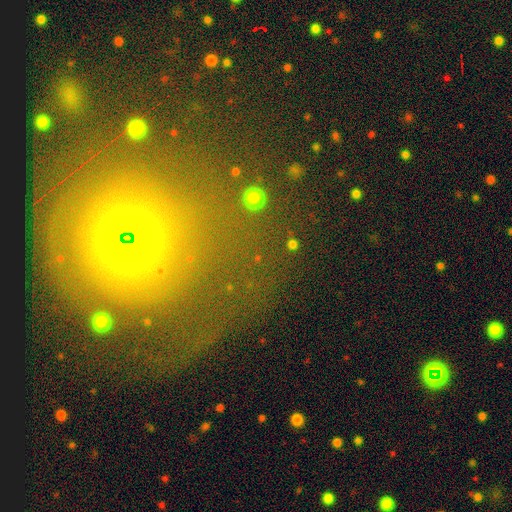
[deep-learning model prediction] A star or artifact, not a galaxy (47%).

Vote fractions:
- Smooth or featured? star or artifact: 47% / smooth: 31% / featured or disk: 22%